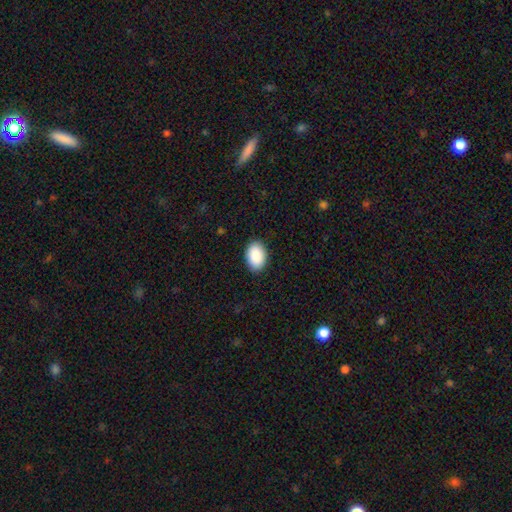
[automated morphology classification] A smooth galaxy with no disk features (91%) that is in between round and cigar-shaped (90%). Merging: none (89%).